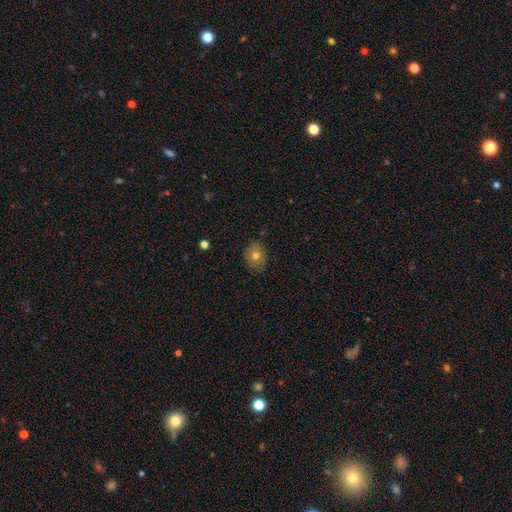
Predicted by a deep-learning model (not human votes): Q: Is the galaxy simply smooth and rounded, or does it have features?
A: smooth — 74%.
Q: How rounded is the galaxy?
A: round — 53%.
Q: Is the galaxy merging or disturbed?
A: none — 84%.